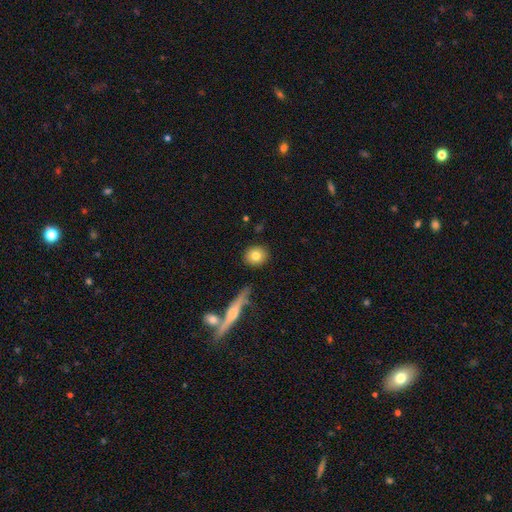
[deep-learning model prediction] Overall: smooth (80%). How rounded: round (81%). Merging: none (87%).